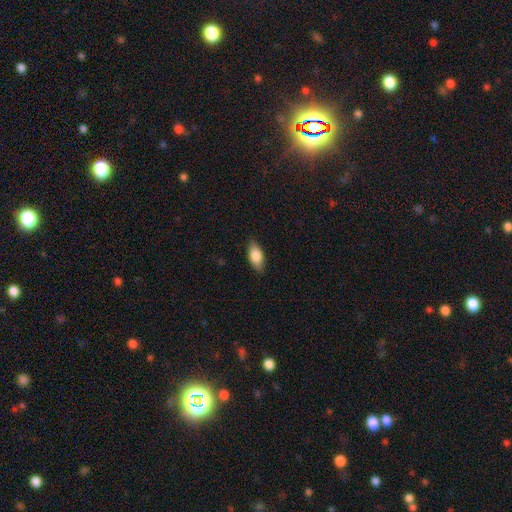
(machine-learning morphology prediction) smooth-or-featured: smooth: 83% | featured or disk: 11% | star or artifact: 6%
  how-rounded: in between: 89% | cigar-shaped: 8% | round: 3%
  merging: none: 85% | minor disturbance: 11% | major disturbance: 2% | merger: 1%